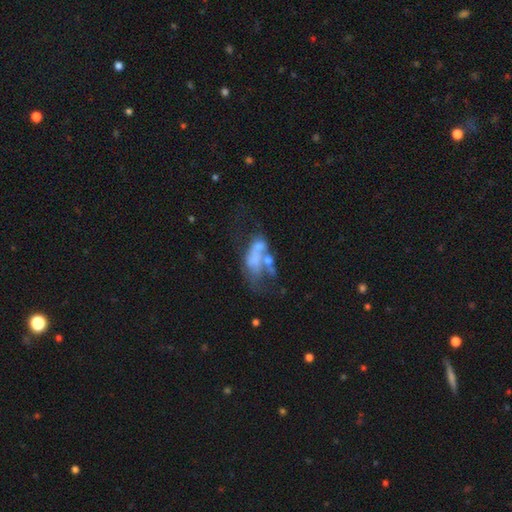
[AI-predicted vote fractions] A featured or disk galaxy (54%) with no bar (87%), no spiral arms (89%) and no central bulge (61%).

Vote fractions:
- Smooth or featured? featured or disk: 54% / smooth: 32% / star or artifact: 15%
- Edge-on disk? no: 94% / yes: 6%
- Bar? no: 87% / weak: 9% / strong: 4%
- Spiral arms? no: 89% / yes: 11%
- Bulge size? none: 61% / small: 18% / moderate: 15% / large: 5% / dominant: 2%
- Merging? merger: 41% / major disturbance: 29% / none: 17% / minor disturbance: 12%